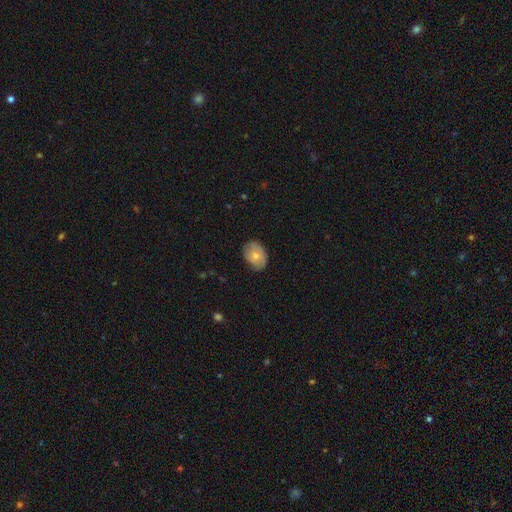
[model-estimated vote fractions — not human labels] Morphology: type=smooth (68%); roundness=in between (74%); merging=none (74%).